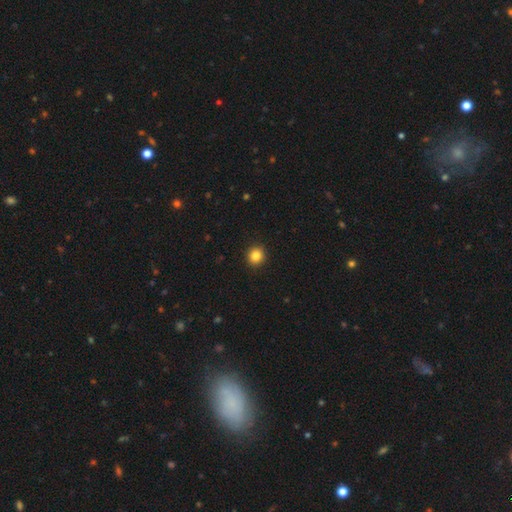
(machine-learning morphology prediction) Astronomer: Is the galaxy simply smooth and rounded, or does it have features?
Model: smooth — 85%.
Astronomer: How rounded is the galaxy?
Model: round — 89%.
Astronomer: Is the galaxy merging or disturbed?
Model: none — 92%.